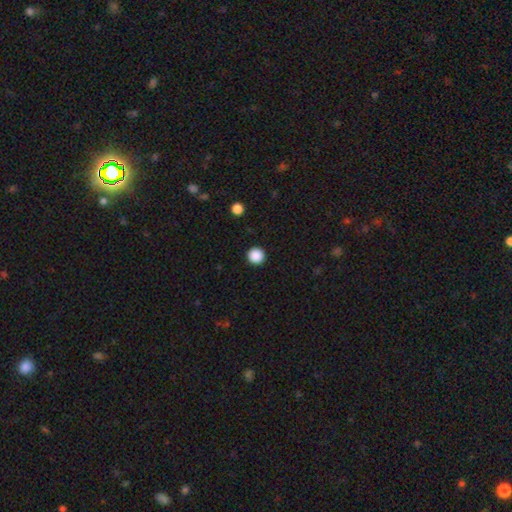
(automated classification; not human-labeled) This appears to be a smooth galaxy with no disk features (89%) that is round (96%). Merging: none (93%).